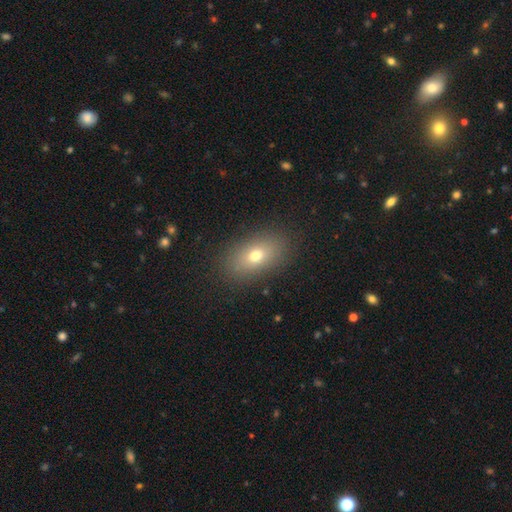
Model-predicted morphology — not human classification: Overall: smooth (71%). How rounded: in between (84%). Merging: none (87%).